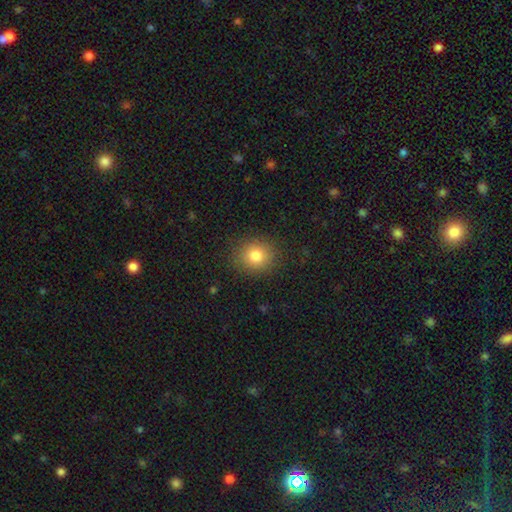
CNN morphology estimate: Smooth or featured: smooth — 81% (star or artifact — 12%)
How rounded: round — 79% (in between — 20%)
Merging: none — 88% (minor disturbance — 8%)